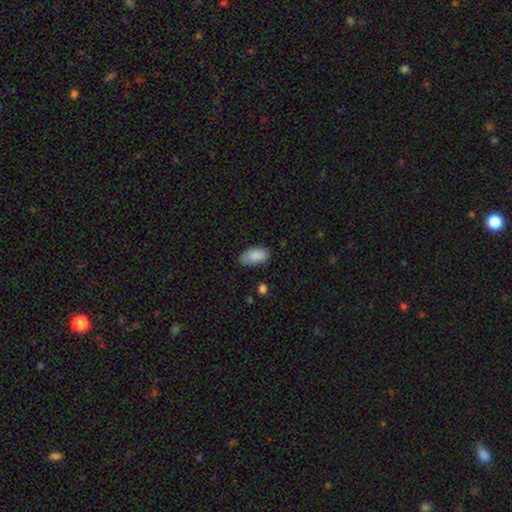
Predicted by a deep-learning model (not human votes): Smooth or featured?
  - smooth: 88% *
  - star or artifact: 6%
  - featured or disk: 6%
How rounded?
  - in between: 94% *
  - cigar-shaped: 3%
  - round: 3%
Merging?
  - none: 75% *
  - minor disturbance: 20%
  - major disturbance: 4%
  - merger: 1%